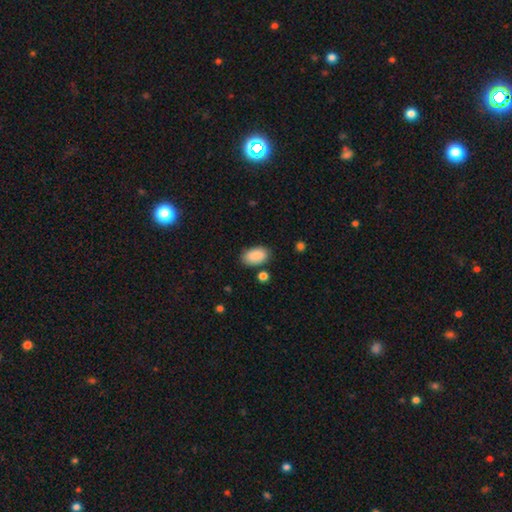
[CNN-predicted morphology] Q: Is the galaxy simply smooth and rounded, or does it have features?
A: smooth — 89%.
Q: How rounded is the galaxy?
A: in between — 93%.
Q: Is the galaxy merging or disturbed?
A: none — 81%.